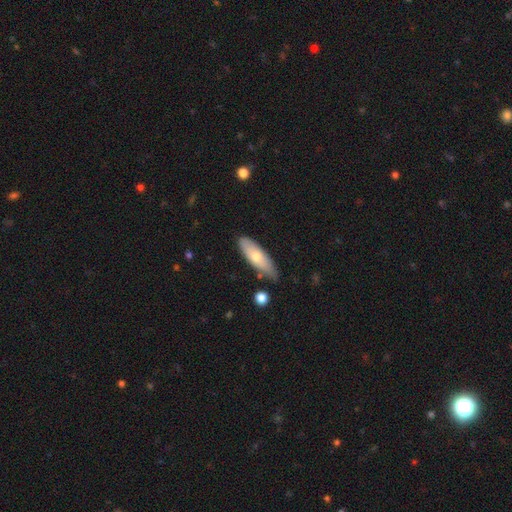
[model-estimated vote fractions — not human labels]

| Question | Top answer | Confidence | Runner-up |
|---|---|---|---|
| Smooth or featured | smooth | 60% | featured or disk (34%) |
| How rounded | in between | 51% | cigar-shaped (47%) |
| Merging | none | 79% | minor disturbance (16%) |